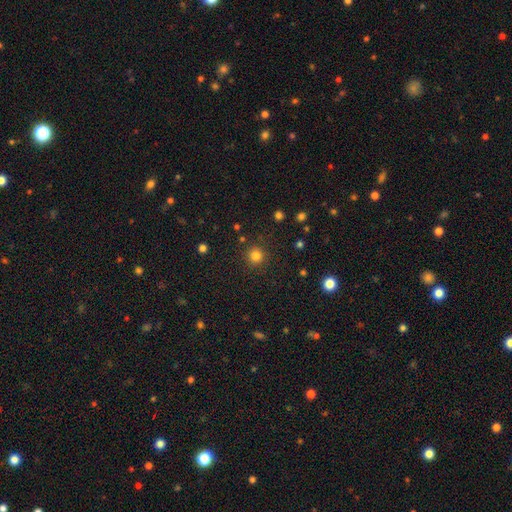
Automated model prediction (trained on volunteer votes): Smooth or featured: smooth — 81% (star or artifact — 14%)
How rounded: round — 94% (in between — 5%)
Merging: none — 89% (minor disturbance — 7%)